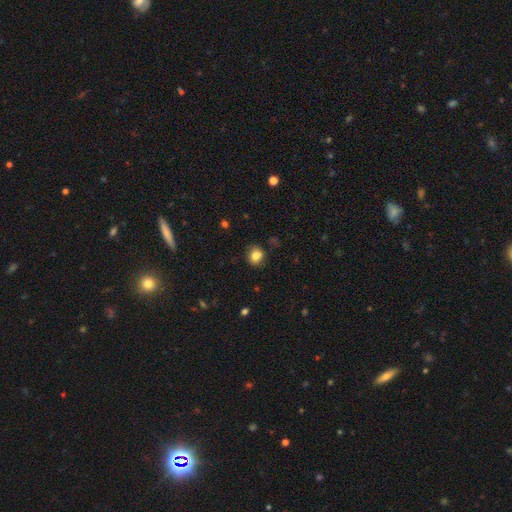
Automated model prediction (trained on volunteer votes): smooth 82%, star or artifact 11%, featured or disk 8%. Down the decision tree: how rounded — round (67%); merging — none (79%).